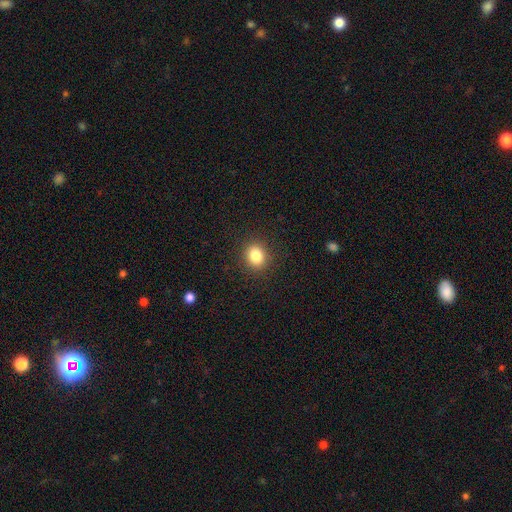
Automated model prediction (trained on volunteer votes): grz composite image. It shows a smooth galaxy with no disk features (84%) that is round (63%). Merging: none (90%).